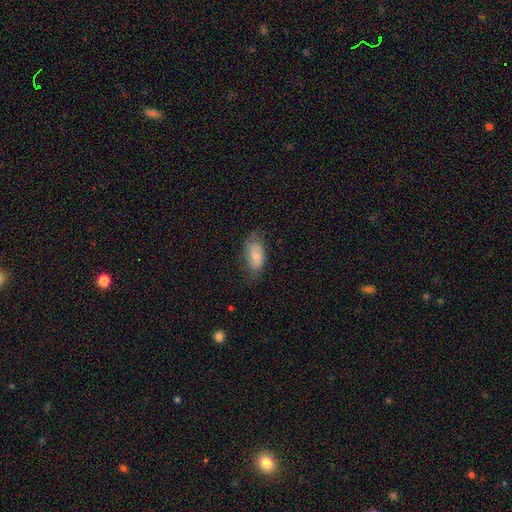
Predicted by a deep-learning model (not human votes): smooth_or_featured: smooth (p=0.69) [alt: featured or disk p=0.25]
how_rounded: in between (p=0.92) [alt: round p=0.04]
merging: none (p=0.61) [alt: minor disturbance p=0.28]